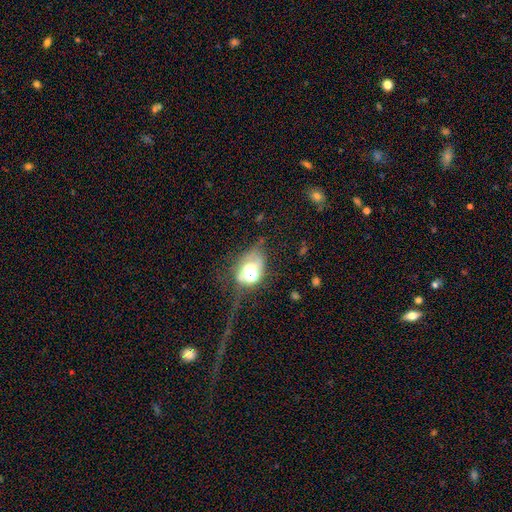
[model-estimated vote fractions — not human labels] This is marginally a smooth galaxy (42%). Merging: possibly none (49%).